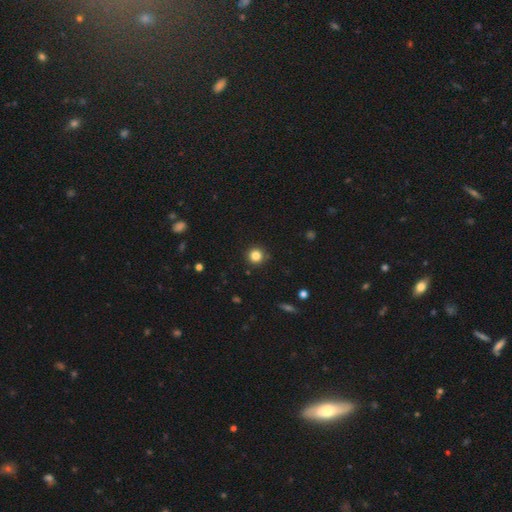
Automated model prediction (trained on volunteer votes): This is clearly a smooth galaxy (83%). How rounded: clearly round (95%). Merging: clearly none (91%).